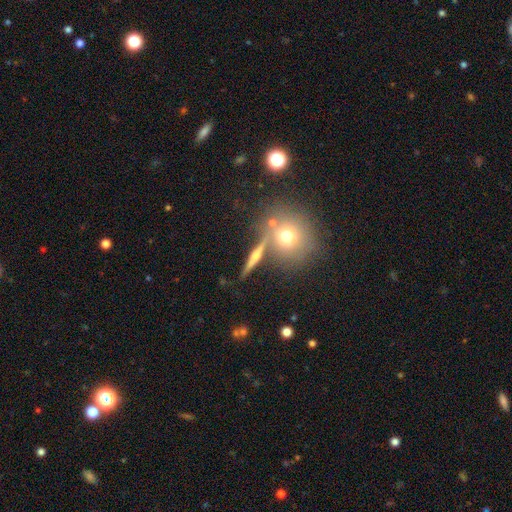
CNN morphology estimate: Overall: featured or disk (60%; smooth 28%). Edge-on disk: yes (90%). Edge-on bulge: rounded (84%). Merging: none (79%).